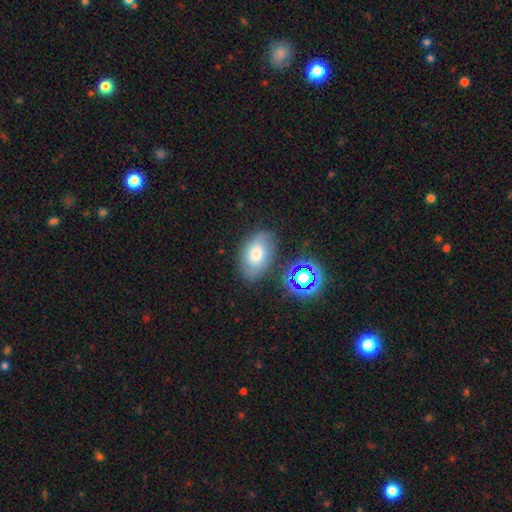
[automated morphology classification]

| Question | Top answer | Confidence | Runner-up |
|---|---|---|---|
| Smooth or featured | smooth | 62% | featured or disk (25%) |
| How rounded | in between | 88% | round (10%) |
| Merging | none | 73% | minor disturbance (17%) |